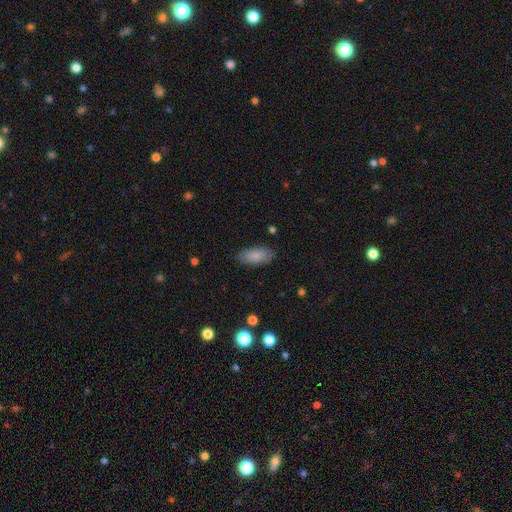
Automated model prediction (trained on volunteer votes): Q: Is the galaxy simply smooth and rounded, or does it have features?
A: smooth — 85%.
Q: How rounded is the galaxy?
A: in between — 90%.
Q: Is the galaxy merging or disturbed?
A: none — 85%.